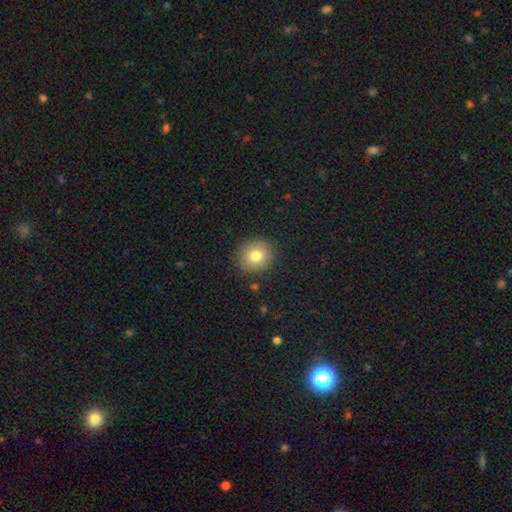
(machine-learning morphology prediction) Smooth or featured: smooth — 79% (featured or disk — 11%)
How rounded: round — 82% (in between — 17%)
Merging: none — 88% (minor disturbance — 8%)